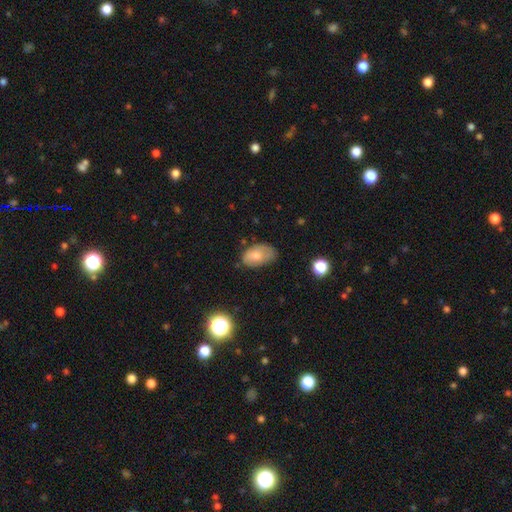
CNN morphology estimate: This appears to be a smooth galaxy with no disk features (68%) that is in between round and cigar-shaped (90%). Merging: none (56%).